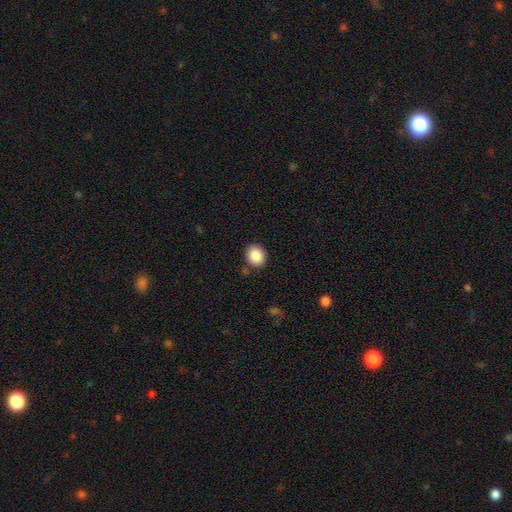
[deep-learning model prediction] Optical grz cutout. It shows a smooth galaxy with no disk features (88%) that is round (75%). Merging: none (85%).